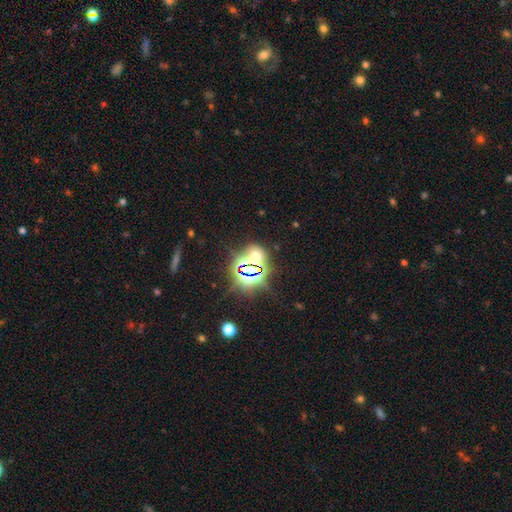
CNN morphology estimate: smooth_or_featured: star or artifact (p=0.68) [alt: smooth p=0.22]